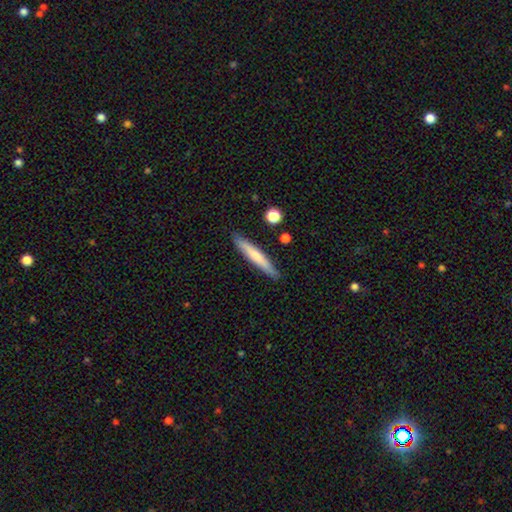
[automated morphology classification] smooth_or_featured: smooth (p=0.64) [alt: featured or disk p=0.30]
how_rounded: cigar-shaped (p=0.94) [alt: in between p=0.05]
merging: none (p=0.89) [alt: minor disturbance p=0.08]